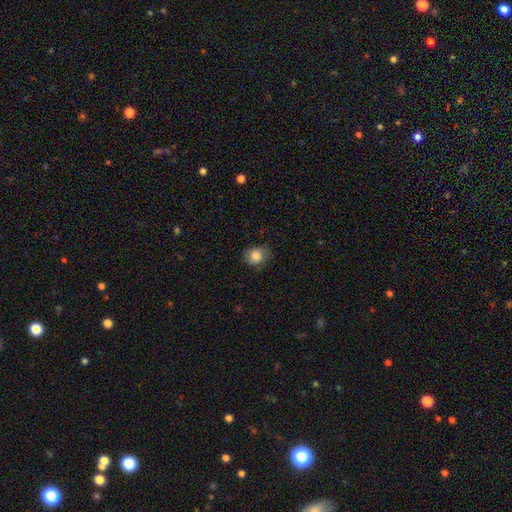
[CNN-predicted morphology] Smooth or featured? Predicted: smooth (p=0.83). How rounded? Predicted: round (p=0.64). Merging? Predicted: none (p=0.75).